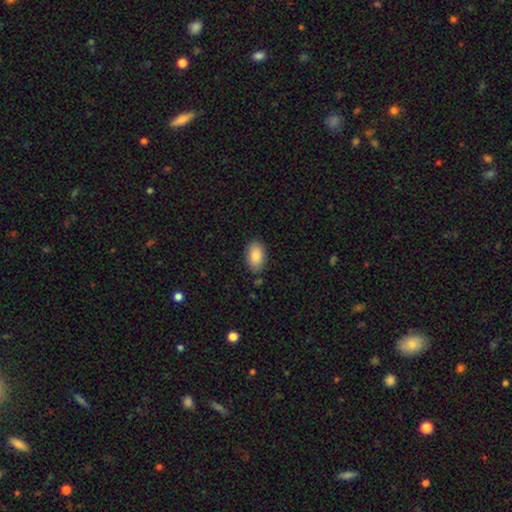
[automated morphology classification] The model was most divided on "merging": none: 85%, minor disturbance: 11%, major disturbance: 2%, merger: 2%. More confident: how rounded — in between (91%); smooth or featured — smooth (86%).